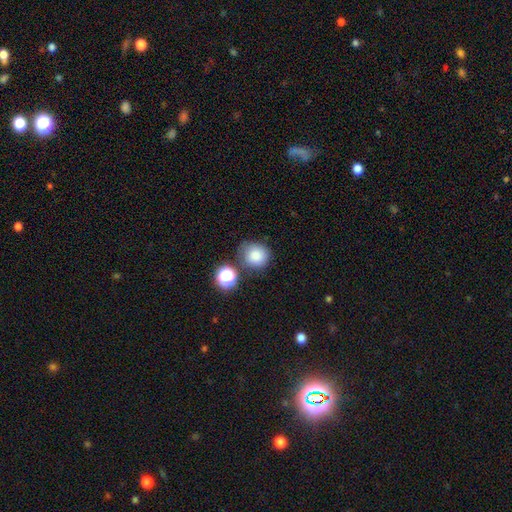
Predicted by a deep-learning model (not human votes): A smooth galaxy with no disk features (82%) that is round (87%).

Vote fractions:
- Smooth or featured? smooth: 82% / star or artifact: 11% / featured or disk: 6%
- How rounded? round: 87% / in between: 12% / cigar-shaped: 1%
- Merging? none: 67% / minor disturbance: 16% / merger: 11% / major disturbance: 5%